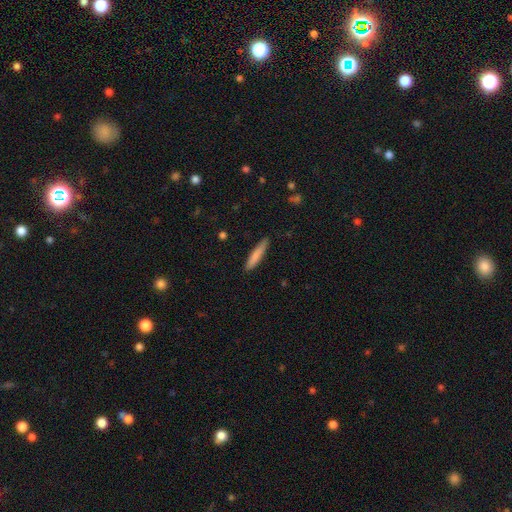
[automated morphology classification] Smooth or featured? Predicted: smooth (p=0.81). How rounded? Predicted: cigar-shaped (p=0.90). Merging? Predicted: none (p=0.84).